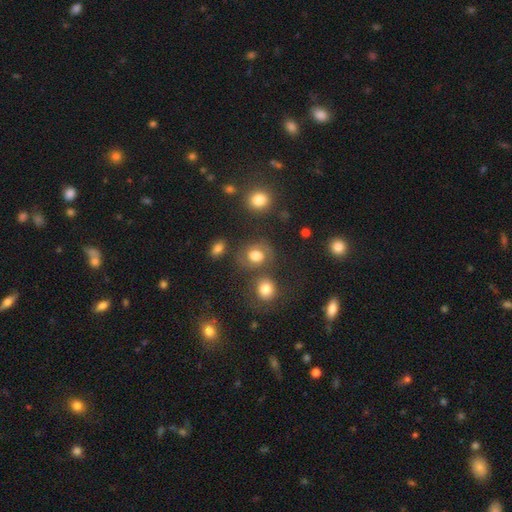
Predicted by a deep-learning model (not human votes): This appears to be a smooth galaxy with no disk features (49%). Merging: none (65%).